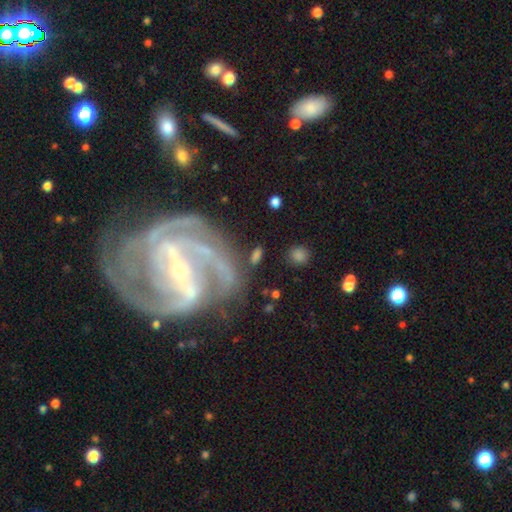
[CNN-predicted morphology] Q: Smooth or featured?
A: smooth (48%); runner-up: featured or disk (40%)
Q: Merging?
A: none (67%); runner-up: minor disturbance (15%)